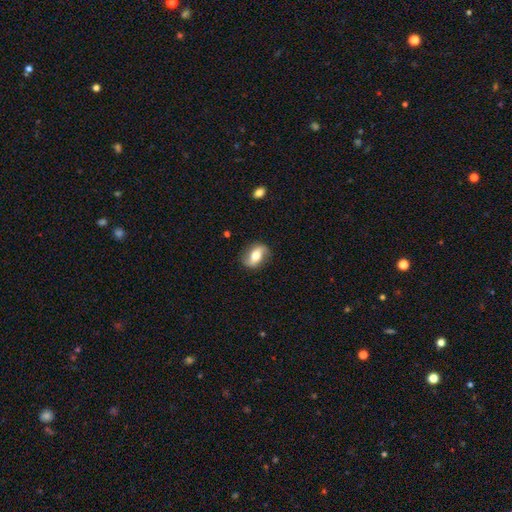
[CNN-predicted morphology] smooth-or-featured: featured or disk: 53% | smooth: 40% | star or artifact: 7%
  disk-edge-on: no: 89% | yes: 11%
  merging: none: 81% | minor disturbance: 14% | major disturbance: 4% | merger: 1%